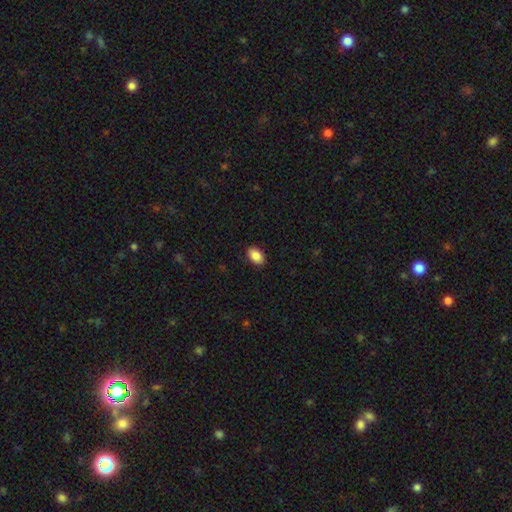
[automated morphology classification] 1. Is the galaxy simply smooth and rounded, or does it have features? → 89% smooth, 7% star or artifact, 4% featured or disk.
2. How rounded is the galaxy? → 88% in between, 11% round, 1% cigar-shaped.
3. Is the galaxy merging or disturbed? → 89% none, 8% minor disturbance, 2% major disturbance, 1% merger.